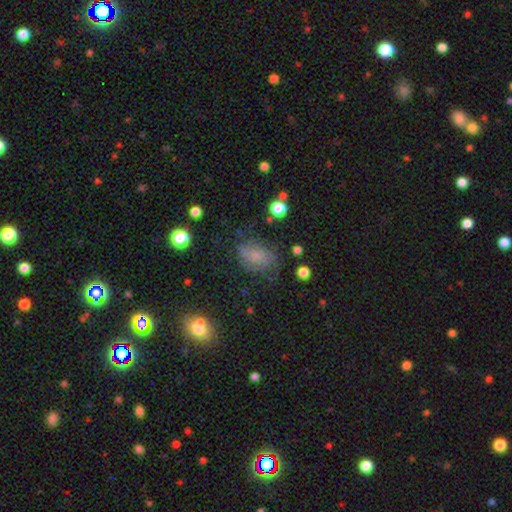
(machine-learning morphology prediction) A smooth galaxy with no disk features (44%). Merging: none (58%).